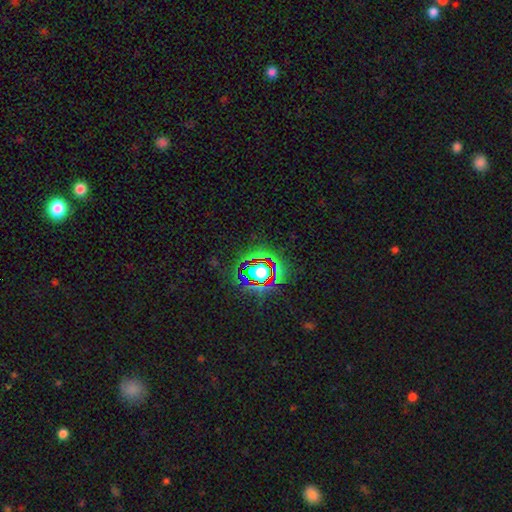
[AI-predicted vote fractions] A star or artifact, not a galaxy (79%).

Vote fractions:
- Smooth or featured? star or artifact: 79% / smooth: 12% / featured or disk: 9%